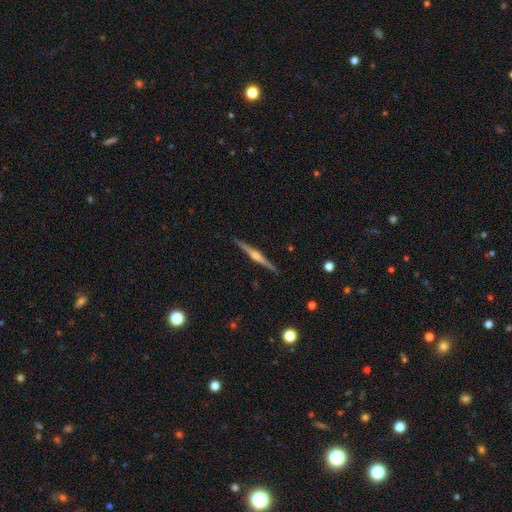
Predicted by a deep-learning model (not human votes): Smooth or featured?
  - featured or disk: 83% *
  - smooth: 12%
  - star or artifact: 5%
Edge-on disk?
  - yes: 99% *
  - no: 1%
Edge-on bulge?
  - rounded: 87% *
  - boxy: 9%
  - none: 5%
Merging?
  - none: 92% *
  - minor disturbance: 6%
  - major disturbance: 1%
  - merger: 1%